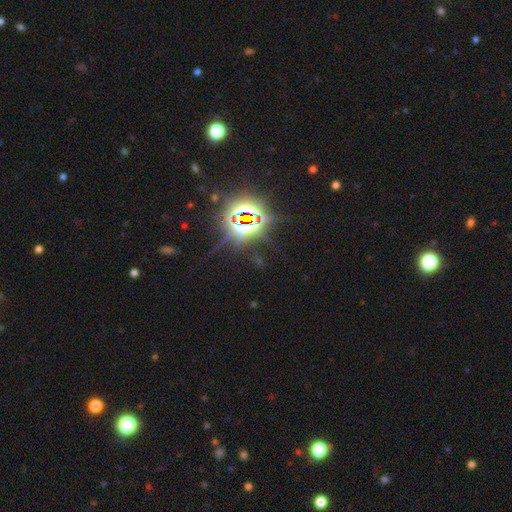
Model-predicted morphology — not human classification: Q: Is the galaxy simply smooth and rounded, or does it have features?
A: star or artifact — 84%.